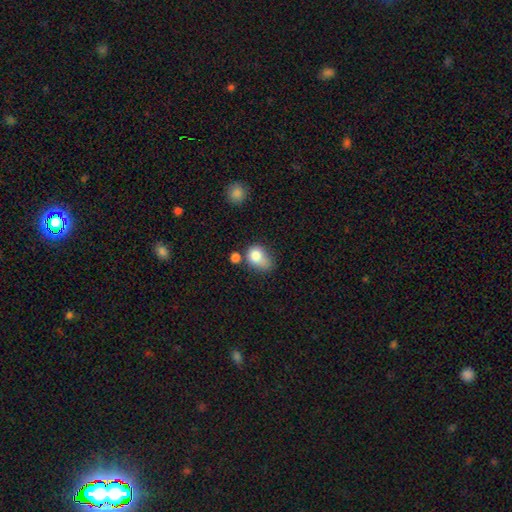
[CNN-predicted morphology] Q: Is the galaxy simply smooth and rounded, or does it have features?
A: smooth — 80%.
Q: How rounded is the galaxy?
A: in between — 59%.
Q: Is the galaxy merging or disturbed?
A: minor disturbance — 32%.